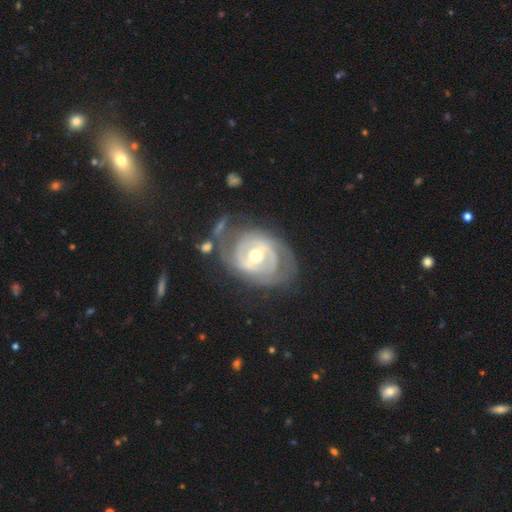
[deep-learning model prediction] The model was most divided on "bar": weak: 42%, strong: 35%, no: 22%. More confident: edge-on disk — no (96%); smooth or featured — featured or disk (85%); spiral arms — yes (85%); bulge size — moderate (68%); spiral winding — tight (60%); merging — none (58%); spiral arm count — 2 (50%).